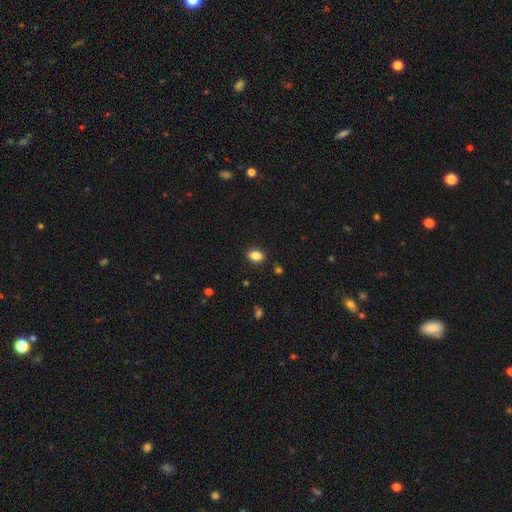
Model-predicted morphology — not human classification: smooth-or-featured: smooth: 87% | star or artifact: 9% | featured or disk: 4%
  how-rounded: in between: 83% | round: 15% | cigar-shaped: 2%
  merging: none: 88% | minor disturbance: 9% | major disturbance: 2% | merger: 1%